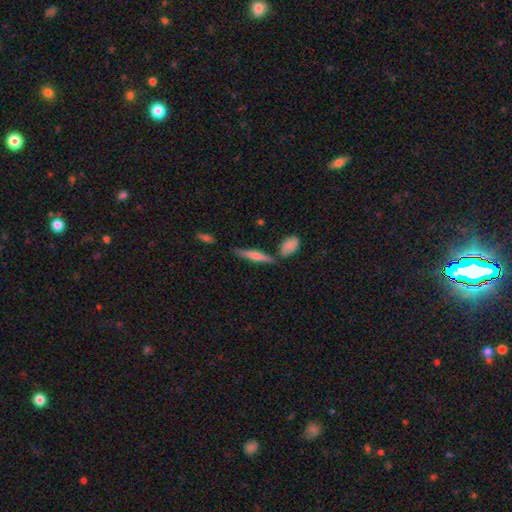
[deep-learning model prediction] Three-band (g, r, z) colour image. It shows a featured or disk galaxy (51%) viewed edge-on (95%). Merging: none (77%).